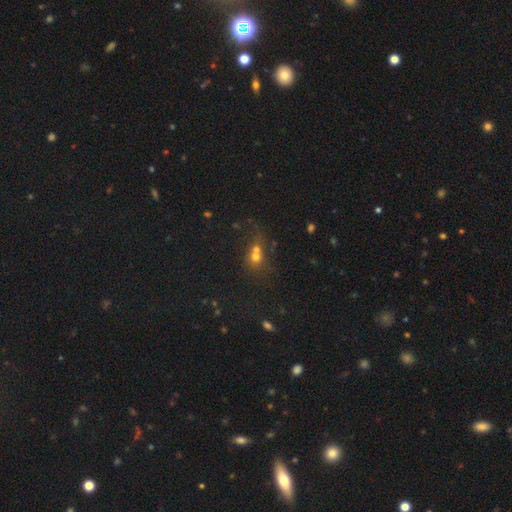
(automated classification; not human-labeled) Smooth or featured? smooth (55%)
How rounded? round (69%)
Merging? merger (57%)